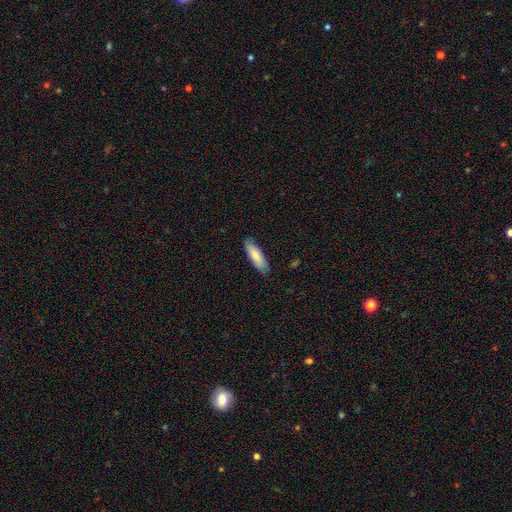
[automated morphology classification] smooth_or_featured: smooth (p=0.78) [alt: featured or disk p=0.16]
how_rounded: cigar-shaped (p=0.51) [alt: in between p=0.48]
merging: none (p=0.84) [alt: minor disturbance p=0.13]